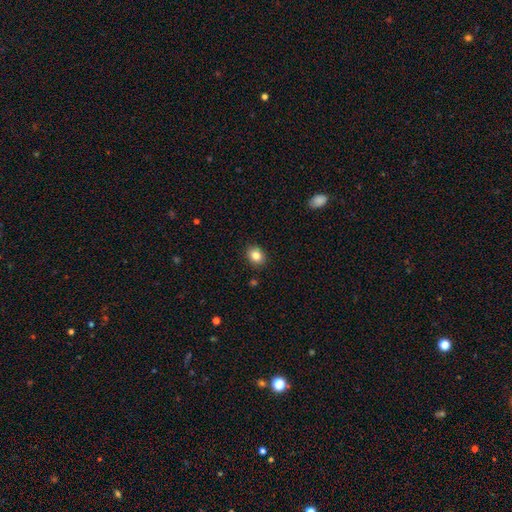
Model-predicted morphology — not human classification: A smooth galaxy with no disk features (84%) that is in between round and cigar-shaped (53%). Merging: none (89%).